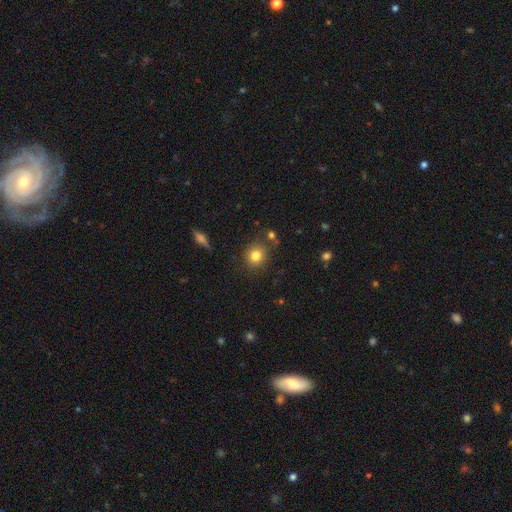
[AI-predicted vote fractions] Morphology: type=smooth (81%); roundness=round (85%); merging=none (83%).